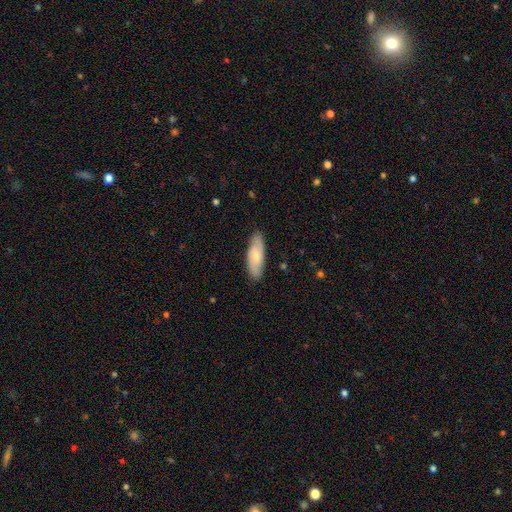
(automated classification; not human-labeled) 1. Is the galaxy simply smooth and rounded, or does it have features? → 58% smooth, 36% featured or disk, 6% star or artifact.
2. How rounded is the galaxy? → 63% in between, 35% cigar-shaped, 2% round.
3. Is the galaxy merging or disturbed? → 85% none, 12% minor disturbance, 2% major disturbance, 1% merger.